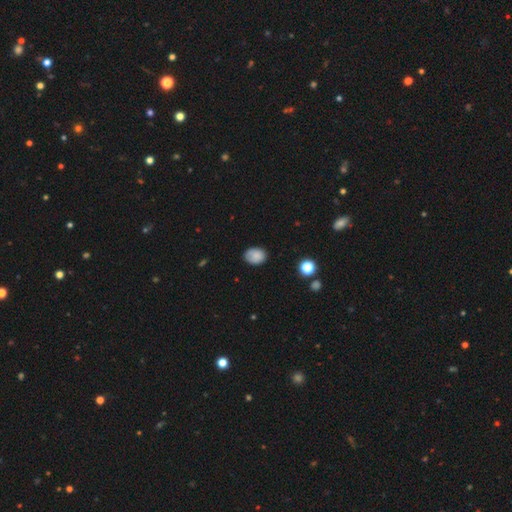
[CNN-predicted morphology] smooth_or_featured: smooth (p=0.83) [alt: star or artifact p=0.09]
how_rounded: in between (p=0.64) [alt: round p=0.35]
merging: none (p=0.76) [alt: minor disturbance p=0.19]